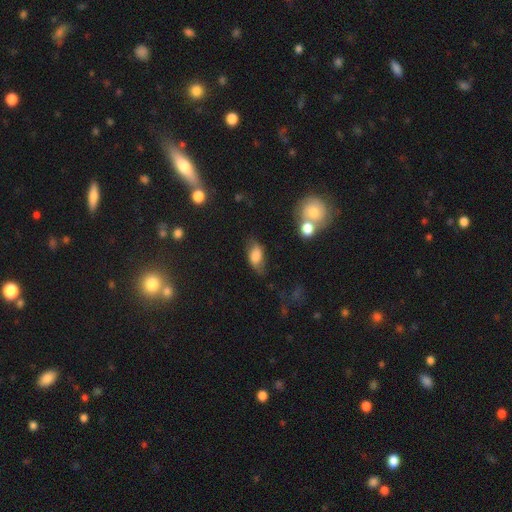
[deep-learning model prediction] smooth_or_featured: smooth (p=0.71) [alt: featured or disk p=0.20]
how_rounded: in between (p=0.88) [alt: round p=0.08]
merging: none (p=0.54) [alt: minor disturbance p=0.30]